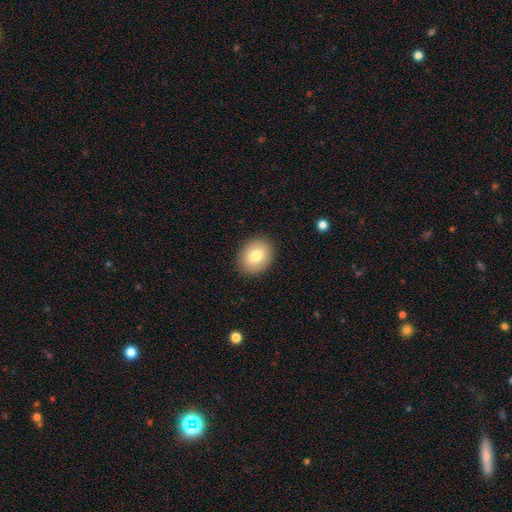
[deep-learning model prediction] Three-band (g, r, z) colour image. It shows a smooth galaxy with no disk features (79%) that is round (50%). Merging: none (89%).